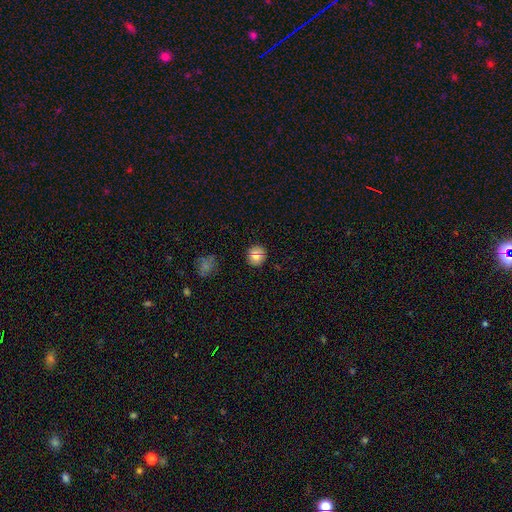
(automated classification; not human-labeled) Smooth or featured? Predicted: smooth (p=0.77). How rounded? Predicted: round (p=0.91). Merging? Predicted: none (p=0.87).